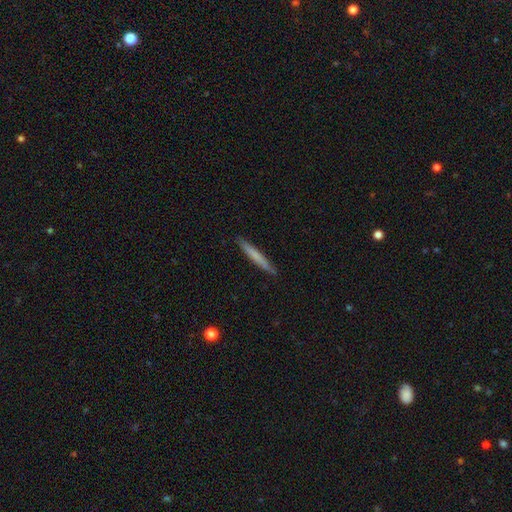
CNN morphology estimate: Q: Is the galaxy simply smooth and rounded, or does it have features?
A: smooth — 69%.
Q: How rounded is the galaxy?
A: cigar-shaped — 96%.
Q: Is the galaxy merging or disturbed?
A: none — 90%.